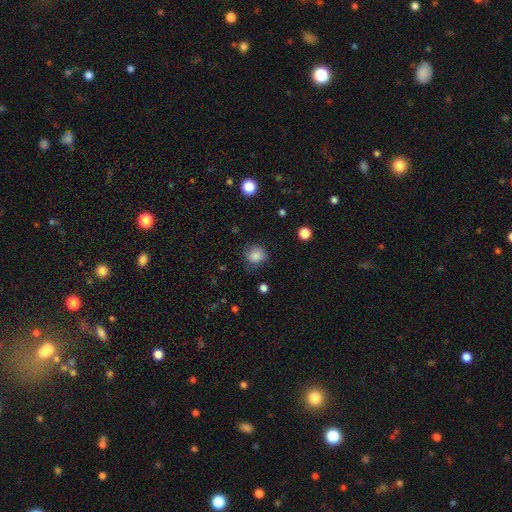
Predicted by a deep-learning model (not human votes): This appears to be a smooth galaxy with no disk features (84%) that is round (81%). Merging: none (68%).